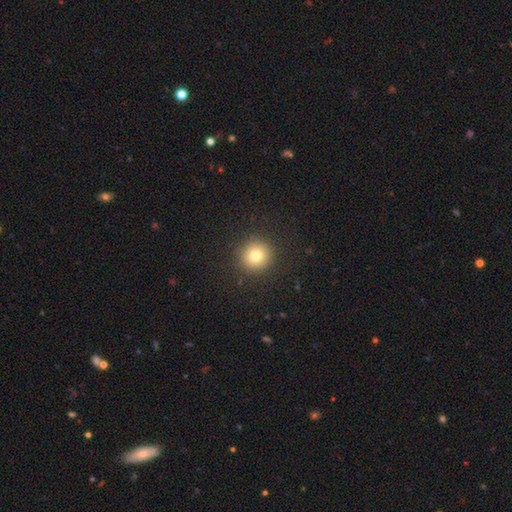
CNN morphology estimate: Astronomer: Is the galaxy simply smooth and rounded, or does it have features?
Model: smooth — 78%.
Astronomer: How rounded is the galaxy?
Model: round — 94%.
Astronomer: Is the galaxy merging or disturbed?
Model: none — 91%.